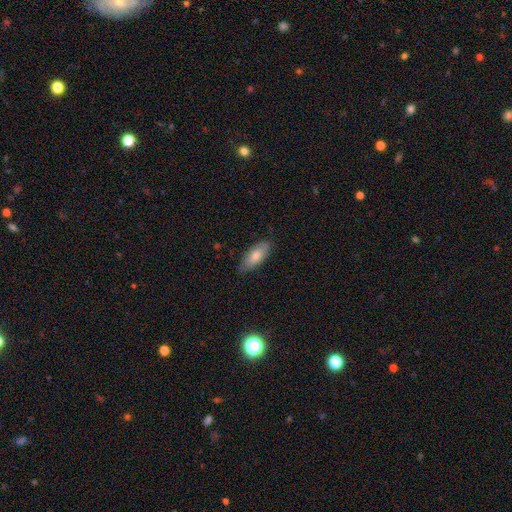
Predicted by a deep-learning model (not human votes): This is likely a smooth galaxy (78%). How rounded: clearly in between (81%). Merging: clearly none (81%).